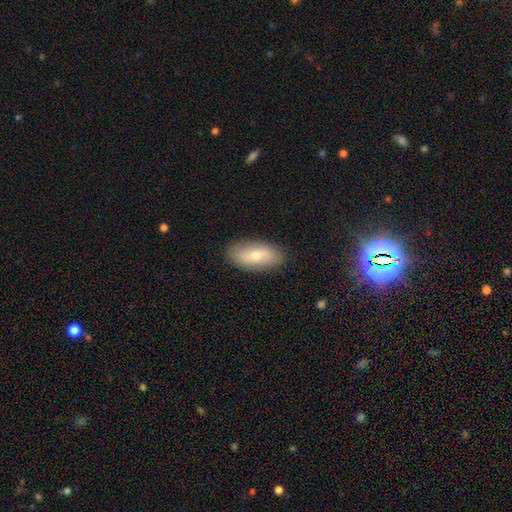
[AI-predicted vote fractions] Smooth or featured? Predicted: smooth (p=0.60). How rounded? Predicted: in between (p=0.88). Merging? Predicted: none (p=0.88).